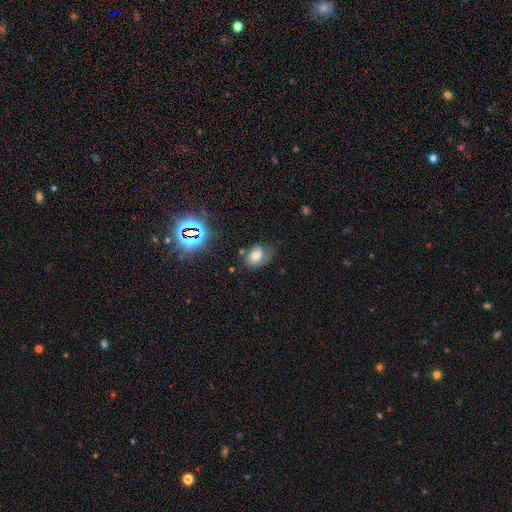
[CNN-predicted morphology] type=smooth (48%); merging=none (47%).